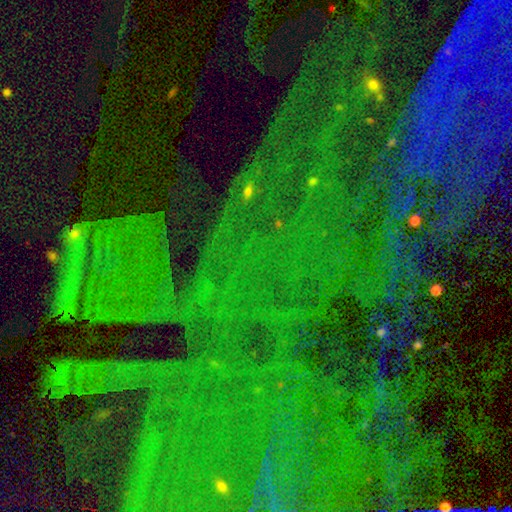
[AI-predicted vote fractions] Smooth or featured: star or artifact — 82% (featured or disk — 9%)